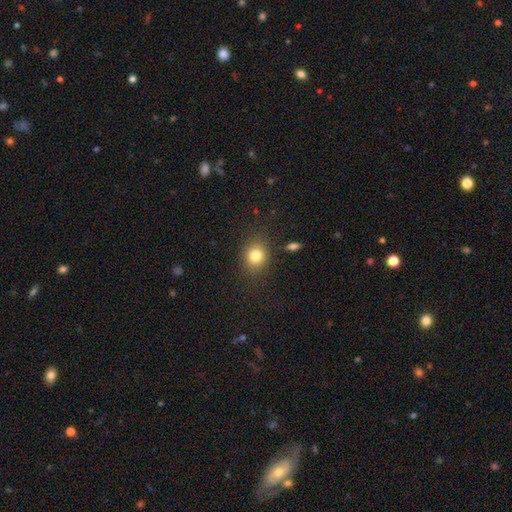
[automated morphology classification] Smooth or featured: smooth — 81% (star or artifact — 12%)
How rounded: round — 67% (in between — 32%)
Merging: none — 83% (minor disturbance — 11%)